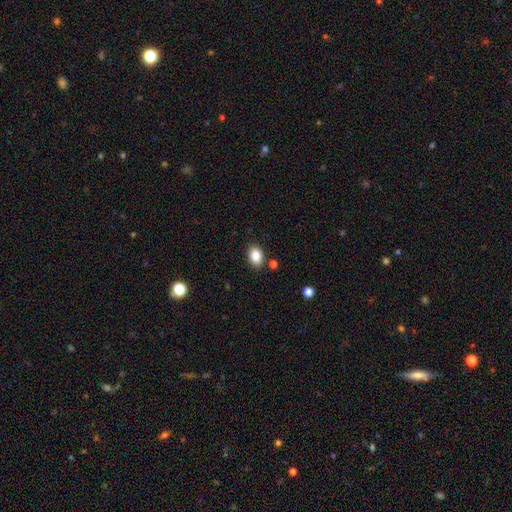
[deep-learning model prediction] Smooth or featured? smooth (87%)
How rounded? in between (80%)
Merging? none (84%)